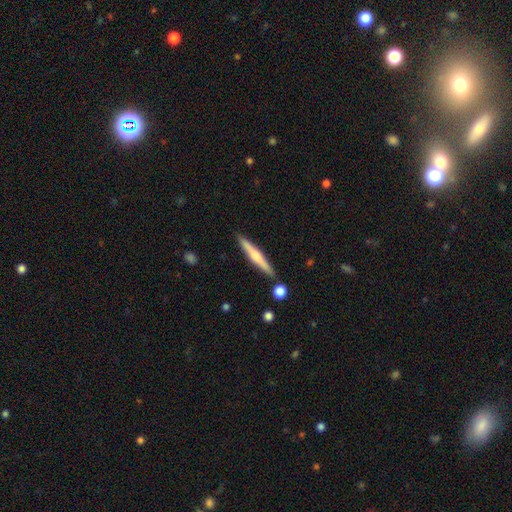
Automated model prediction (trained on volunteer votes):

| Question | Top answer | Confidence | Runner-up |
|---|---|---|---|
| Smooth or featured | featured or disk | 54% | smooth (41%) |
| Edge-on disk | yes | 97% | no (3%) |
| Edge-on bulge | rounded | 74% | none (15%) |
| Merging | none | 86% | minor disturbance (8%) |